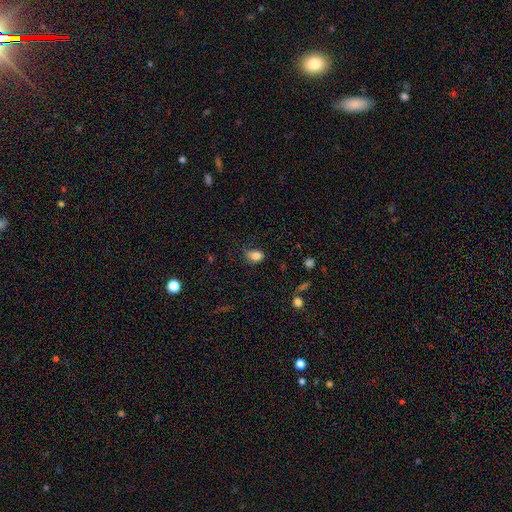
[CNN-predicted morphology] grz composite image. It shows a smooth galaxy with no disk features (83%) that is in between round and cigar-shaped (72%). Merging: none (68%).